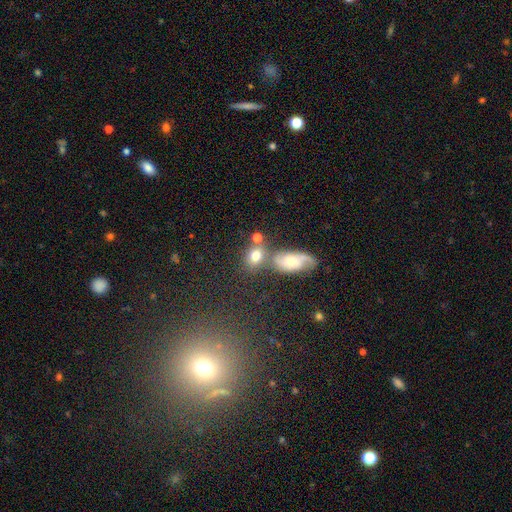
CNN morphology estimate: This is likely a smooth galaxy (71%). How rounded: possibly in between (59%). Merging: possibly none (53%).